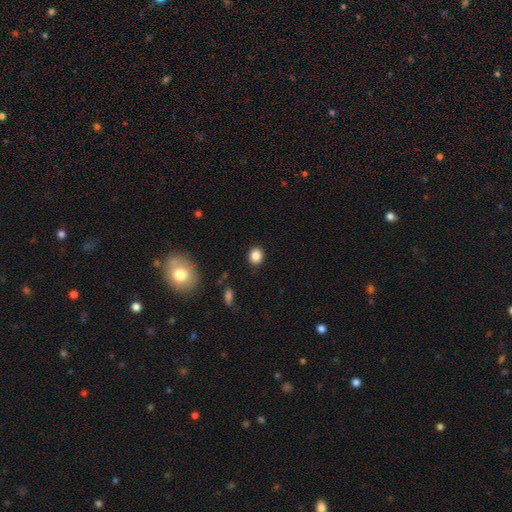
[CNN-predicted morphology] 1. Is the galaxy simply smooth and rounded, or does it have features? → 86% smooth, 10% star or artifact, 4% featured or disk.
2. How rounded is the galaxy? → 75% round, 24% in between, 1% cigar-shaped.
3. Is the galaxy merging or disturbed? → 88% none, 8% minor disturbance, 2% major disturbance, 1% merger.